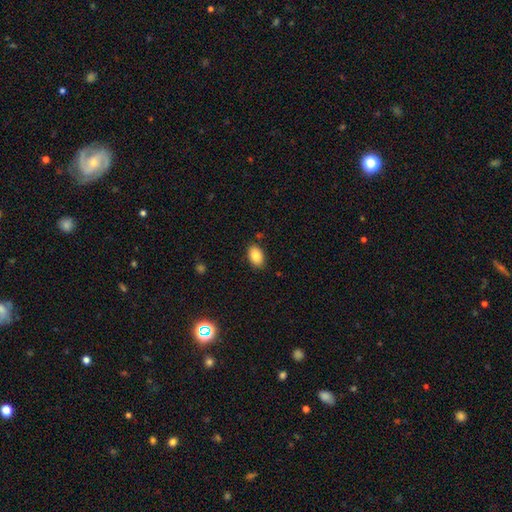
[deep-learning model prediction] A smooth galaxy with no disk features (86%) that is in between round and cigar-shaped (90%). Merging: none (85%).